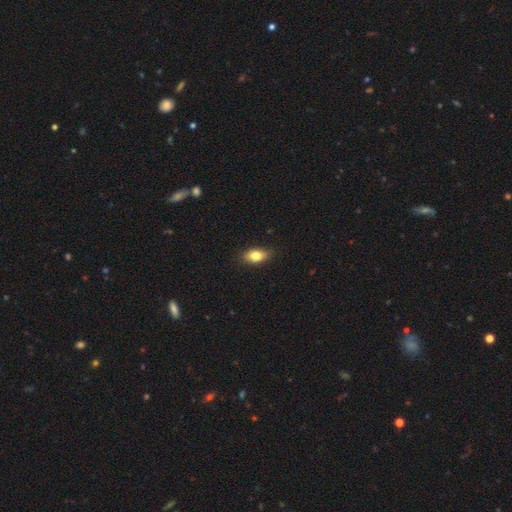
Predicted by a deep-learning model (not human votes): Smooth or featured? Predicted: smooth (p=0.80). How rounded? Predicted: in between (p=0.86). Merging? Predicted: none (p=0.87).